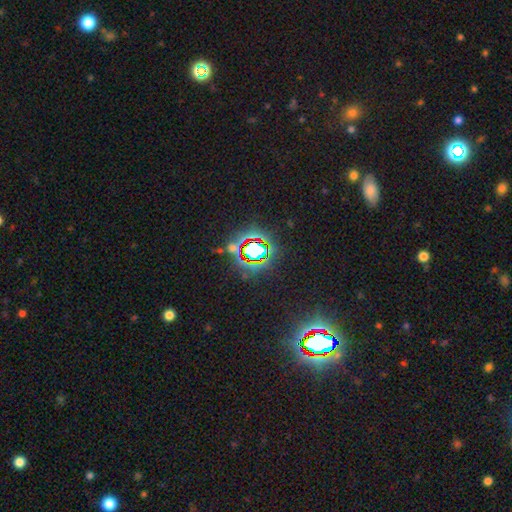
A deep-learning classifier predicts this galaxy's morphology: Q: Smooth or featured?
A: star or artifact (80%); runner-up: smooth (12%)